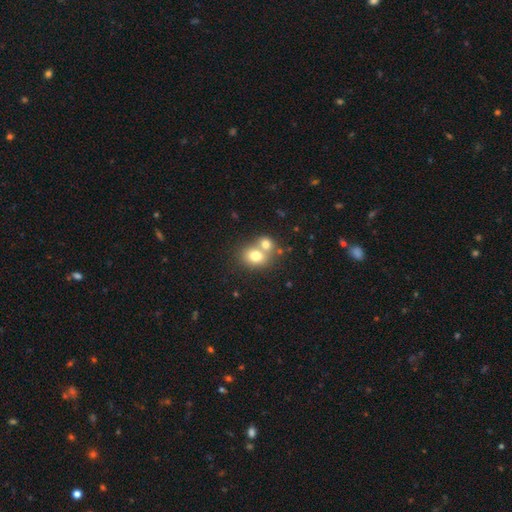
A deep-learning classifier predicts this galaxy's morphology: smooth-or-featured: smooth: 75% | featured or disk: 15% | star or artifact: 10%
  how-rounded: round: 57% | in between: 42% | cigar-shaped: 1%
  merging: merger: 57% | none: 34% | minor disturbance: 7% | major disturbance: 3%